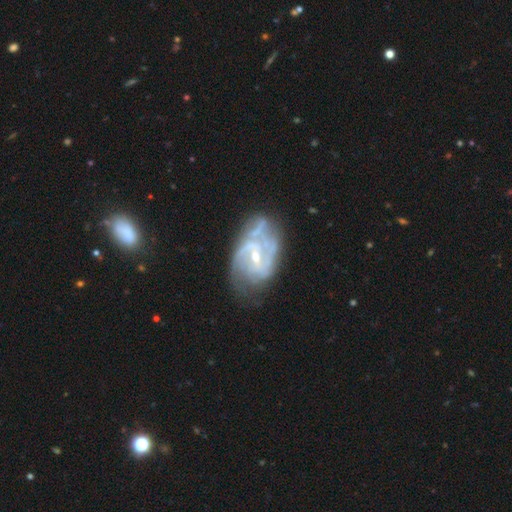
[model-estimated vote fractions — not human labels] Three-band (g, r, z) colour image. It shows a featured or disk galaxy (86%) with a weak bar (48%), 2 (39%) medium (45%) spiral arms (92%) and a small central bulge (67%). Merging: none (52%).